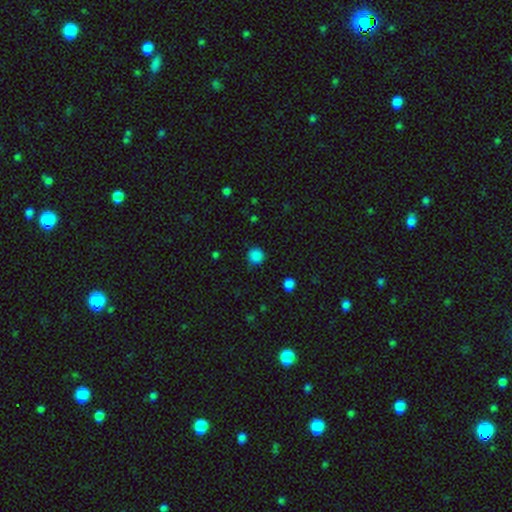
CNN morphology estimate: smooth_or_featured: smooth (p=0.85) [alt: star or artifact p=0.12]
how_rounded: round (p=0.93) [alt: in between p=0.06]
merging: none (p=0.85) [alt: minor disturbance p=0.11]